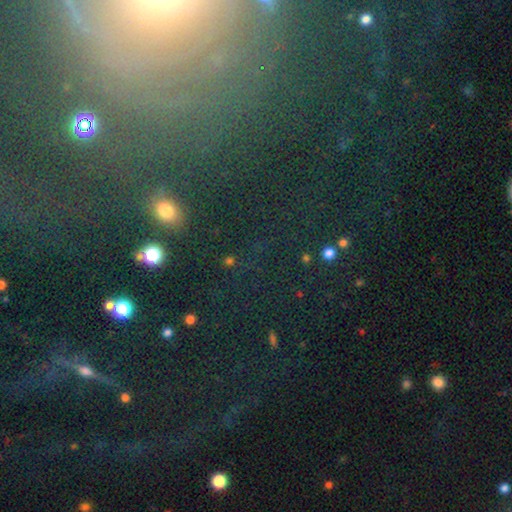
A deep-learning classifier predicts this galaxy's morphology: Smooth or featured?
  - star or artifact: 55% *
  - smooth: 30%
  - featured or disk: 14%